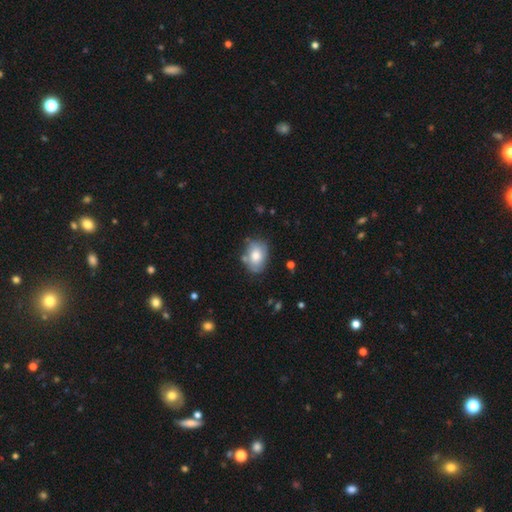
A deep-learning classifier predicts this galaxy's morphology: The model was most divided on "merging": none: 65%, minor disturbance: 23%, major disturbance: 6%, merger: 6%. More confident: how rounded — in between (75%); smooth or featured — smooth (70%).